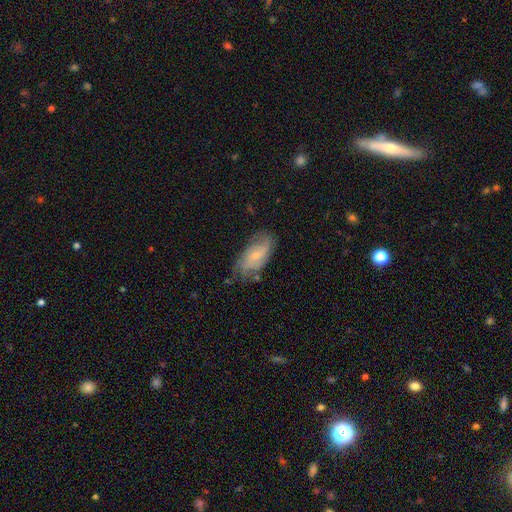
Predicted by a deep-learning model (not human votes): This is possibly a featured or disk galaxy (57%). It is clearly not viewed edge-on (92%). Bar: likely no (62%). Spiral arm pattern: clearly yes (82%). Central bulge: likely small (68%). Merging: likely none (62%).